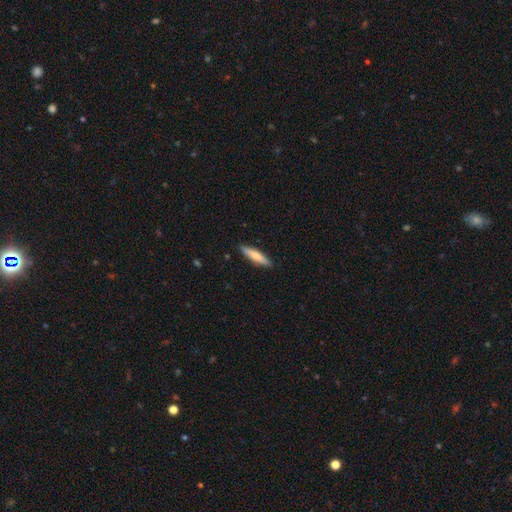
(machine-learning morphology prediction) smooth 66%, featured or disk 29%, star or artifact 5%. Down the decision tree: how rounded — cigar-shaped (84%); merging — none (90%).